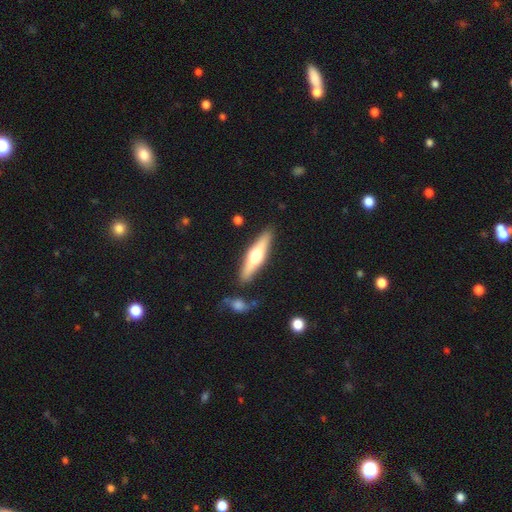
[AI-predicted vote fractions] Smooth or featured: featured or disk — 54% (smooth — 41%)
Edge-on disk: yes — 93% (no — 7%)
Edge-on bulge: rounded — 93% (boxy — 4%)
Merging: none — 85% (minor disturbance — 10%)